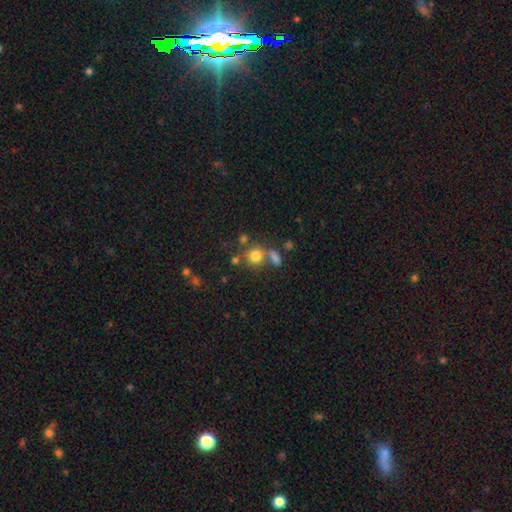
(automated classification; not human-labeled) Smooth or featured?
  - smooth: 75% *
  - star or artifact: 15%
  - featured or disk: 10%
How rounded?
  - round: 82% *
  - in between: 17%
  - cigar-shaped: 1%
Merging?
  - none: 58% *
  - merger: 24%
  - minor disturbance: 11%
  - major disturbance: 6%